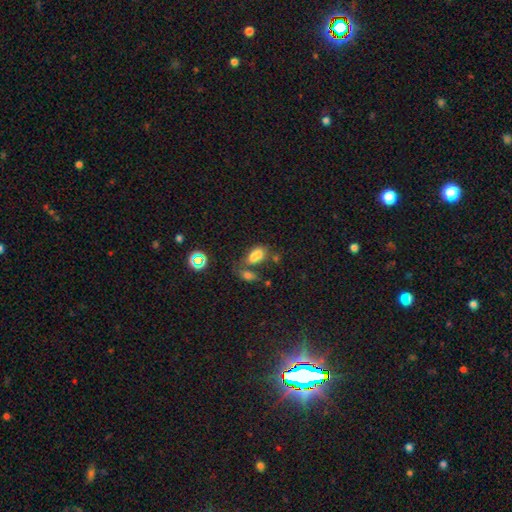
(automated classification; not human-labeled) Smooth or featured? Predicted: smooth (p=0.73). How rounded? Predicted: in between (p=0.85). Merging? Predicted: merger (p=0.43).